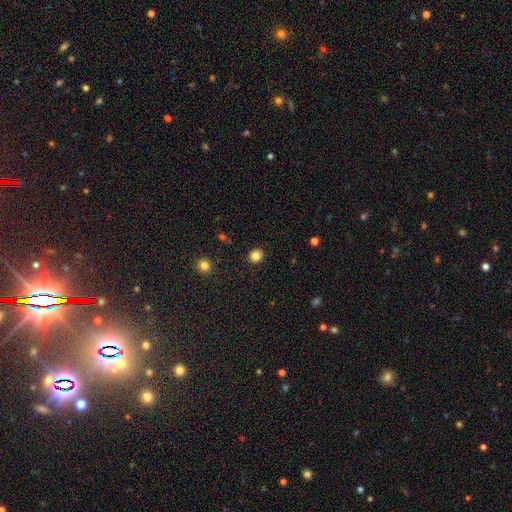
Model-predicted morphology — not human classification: Q: Smooth or featured?
A: smooth (84%); runner-up: star or artifact (12%)
Q: How rounded?
A: round (84%); runner-up: in between (15%)
Q: Merging?
A: none (92%); runner-up: minor disturbance (5%)